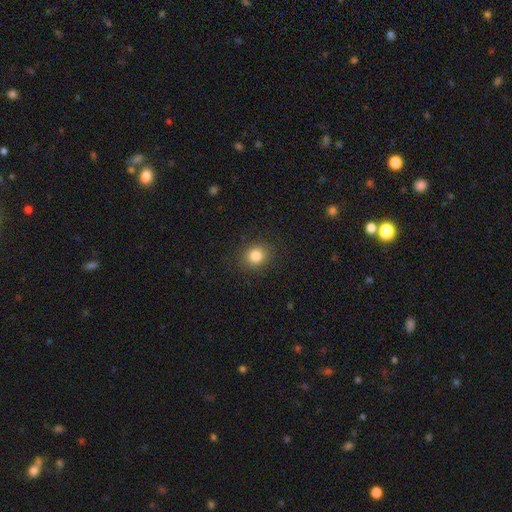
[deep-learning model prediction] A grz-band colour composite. It shows a smooth galaxy with no disk features (83%) that is round (76%). Merging: none (88%).